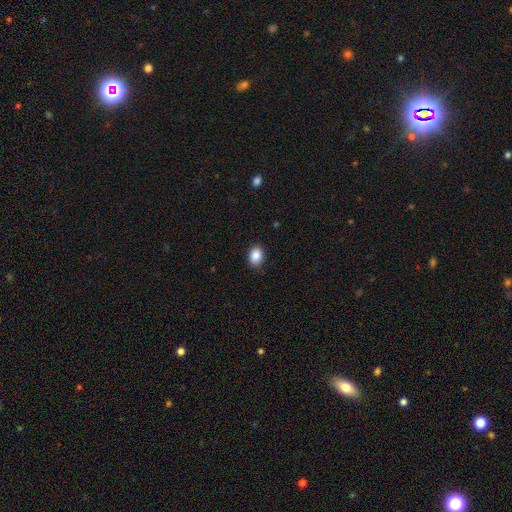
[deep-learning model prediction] Smooth or featured? Predicted: smooth (p=0.88). How rounded? Predicted: in between (p=0.60). Merging? Predicted: none (p=0.88).